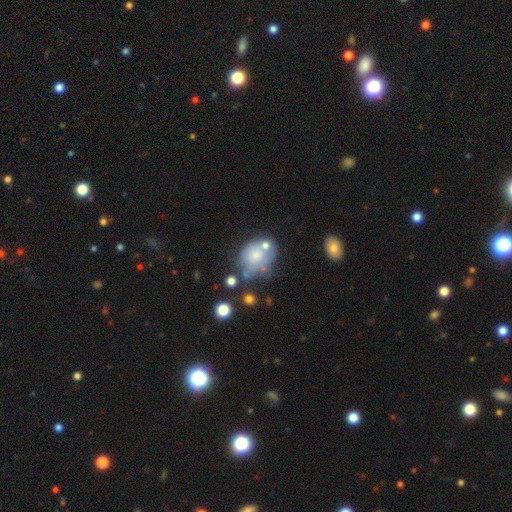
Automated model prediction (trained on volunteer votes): This is possibly a smooth galaxy (58%). How rounded: possibly in between (57%). Merging: marginally none (41%).